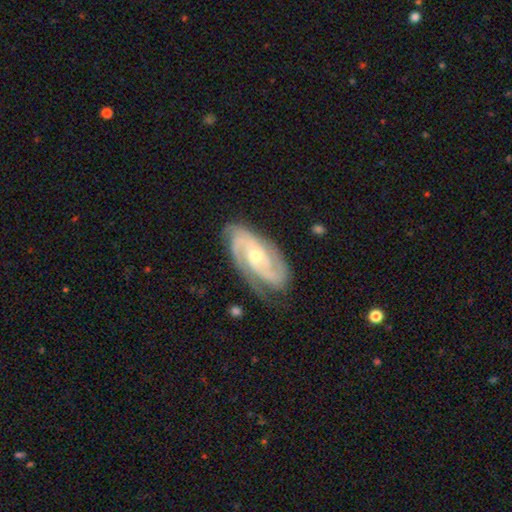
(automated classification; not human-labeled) Morphology: type=featured or disk (90%); edge-on=no (96%); bar=no (61%); spiral arms=yes (98%); winding=tight (60%); arm count=2 (41%); bulge=small (49%); merging=none (75%).